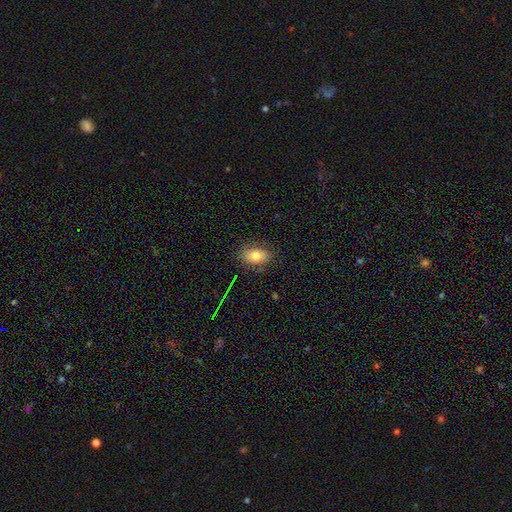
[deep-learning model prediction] A smooth galaxy with no disk features (75%) that is in between round and cigar-shaped (85%). Merging: none (79%).